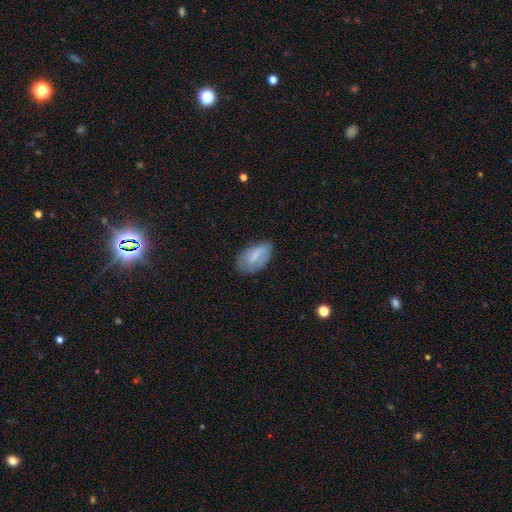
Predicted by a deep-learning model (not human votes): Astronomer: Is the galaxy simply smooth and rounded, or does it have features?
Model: smooth — 68%.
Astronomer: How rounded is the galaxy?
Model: in between — 93%.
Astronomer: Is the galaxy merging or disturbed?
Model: none — 66%.